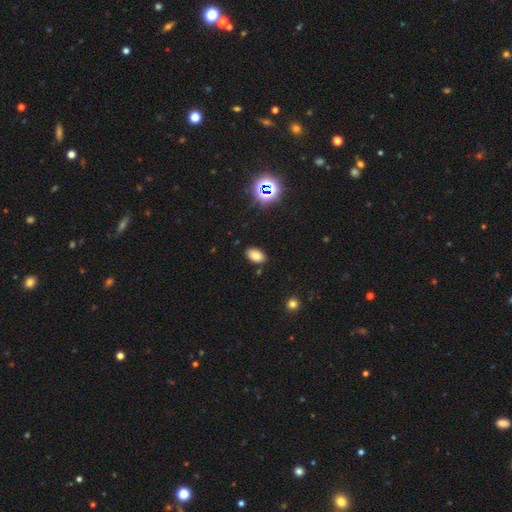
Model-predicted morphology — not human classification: type=smooth (79%); roundness=in between (91%); merging=none (86%).